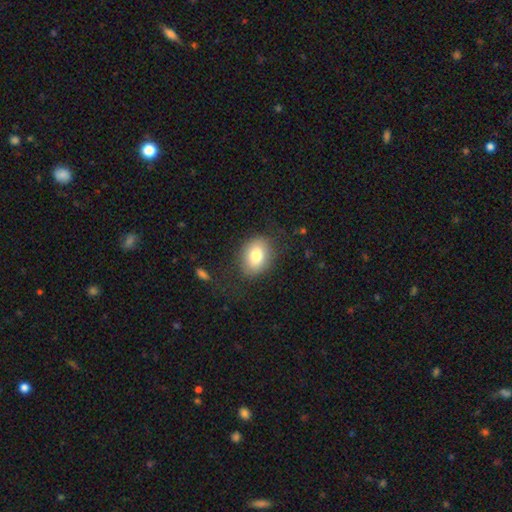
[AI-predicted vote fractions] Smooth or featured? Predicted: smooth (p=0.78). How rounded? Predicted: in between (p=0.66). Merging? Predicted: none (p=0.79).